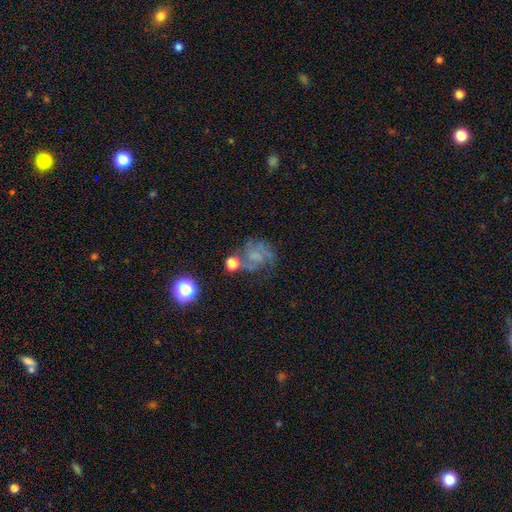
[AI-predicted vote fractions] This is possibly a featured or disk galaxy (56%). It is clearly not viewed edge-on (98%). Bar: likely no (70%). Spiral arm pattern: likely yes (79%). Central bulge: possibly none (50%). Merging: possibly none (49%).